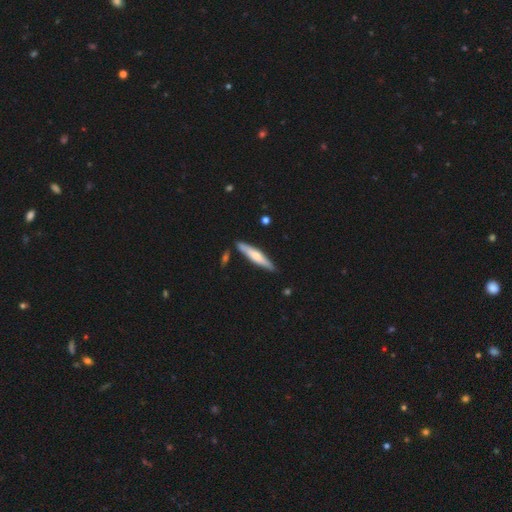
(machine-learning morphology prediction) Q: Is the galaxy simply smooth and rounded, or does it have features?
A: smooth — 53%.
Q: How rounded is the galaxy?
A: cigar-shaped — 85%.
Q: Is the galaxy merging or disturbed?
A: none — 82%.